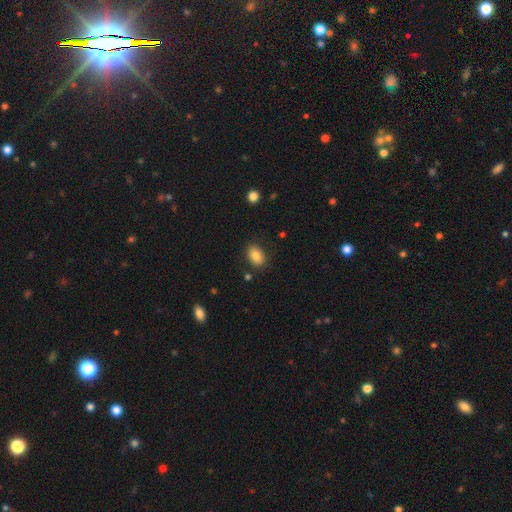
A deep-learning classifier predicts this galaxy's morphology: Smooth or featured? smooth (85%)
How rounded? in between (83%)
Merging? none (84%)